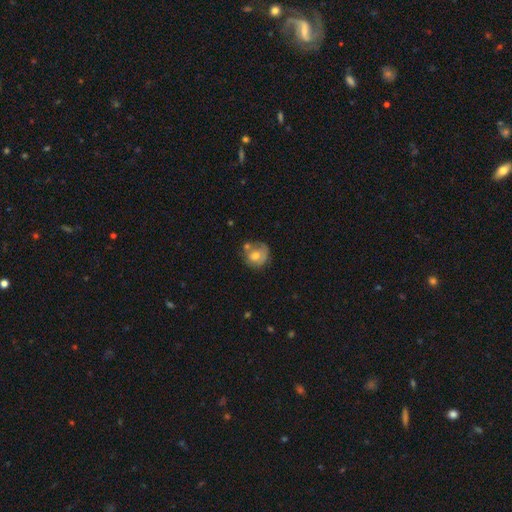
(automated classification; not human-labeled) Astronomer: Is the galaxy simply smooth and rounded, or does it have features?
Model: smooth — 58% (runner-up: featured or disk, 35%).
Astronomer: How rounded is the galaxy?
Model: round — 80%.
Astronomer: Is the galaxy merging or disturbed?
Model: none — 46% (runner-up: minor disturbance, 23%).